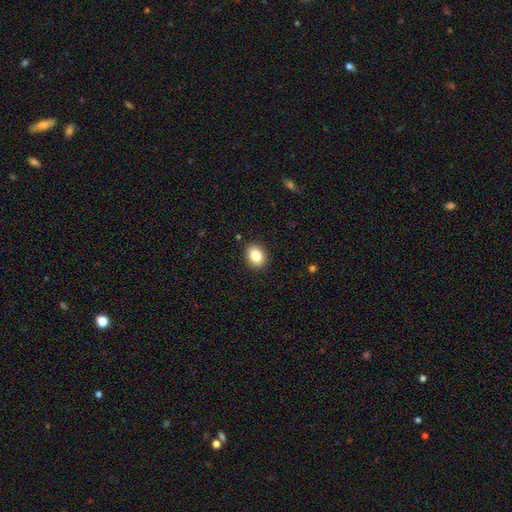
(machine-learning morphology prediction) Q: Smooth or featured?
A: smooth (84%); runner-up: star or artifact (9%)
Q: How rounded?
A: in between (56%); runner-up: round (43%)
Q: Merging?
A: none (90%); runner-up: minor disturbance (7%)